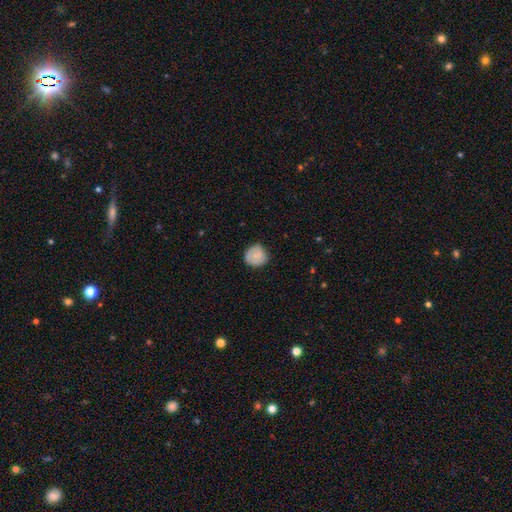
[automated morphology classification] A smooth galaxy with no disk features (79%) that is round (87%). Merging: none (73%).